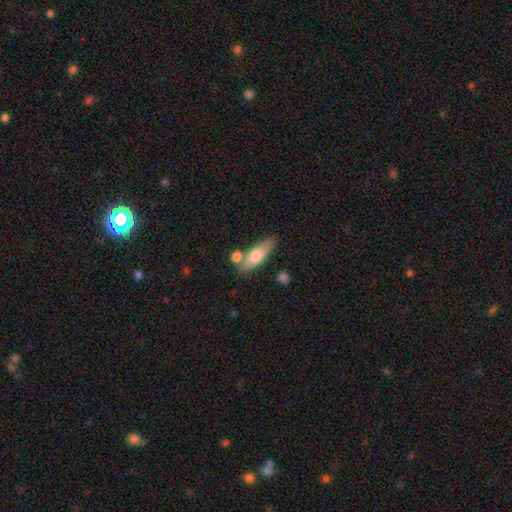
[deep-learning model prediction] The model was most divided on "how rounded": in between: 54%, cigar-shaped: 43%, round: 3%. More confident: smooth or featured — smooth (69%); merging — none (69%).